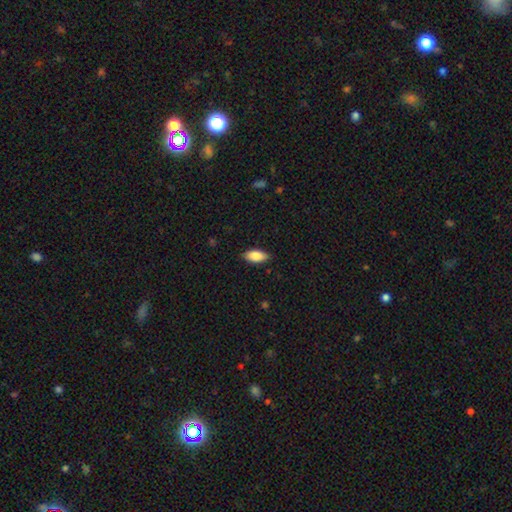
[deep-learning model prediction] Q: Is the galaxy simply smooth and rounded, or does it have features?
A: smooth — 84%.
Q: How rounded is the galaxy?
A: in between — 88%.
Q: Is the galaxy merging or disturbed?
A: none — 86%.